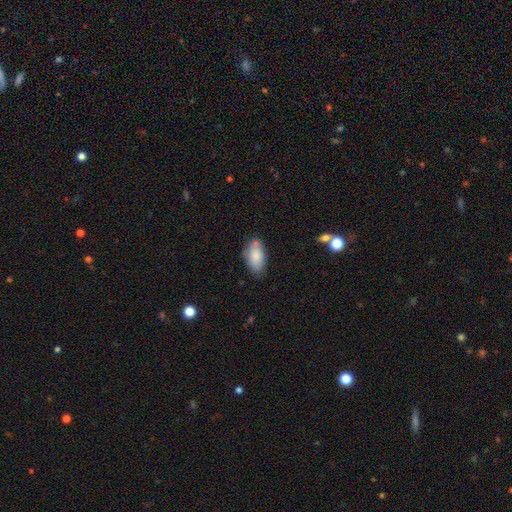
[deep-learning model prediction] Smooth or featured?
  - smooth: 82% *
  - featured or disk: 11%
  - star or artifact: 7%
How rounded?
  - in between: 93% *
  - cigar-shaped: 4%
  - round: 3%
Merging?
  - none: 67% *
  - minor disturbance: 22%
  - merger: 7%
  - major disturbance: 5%